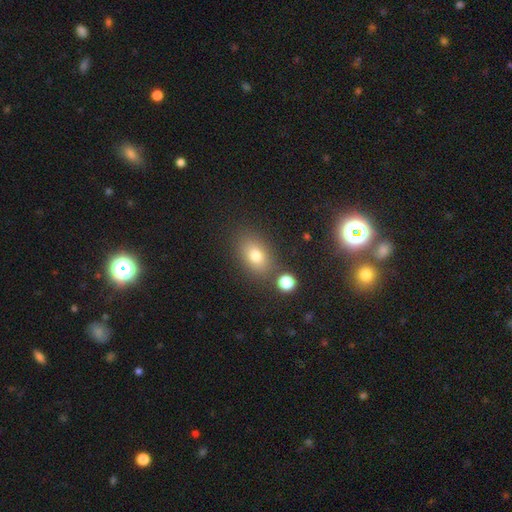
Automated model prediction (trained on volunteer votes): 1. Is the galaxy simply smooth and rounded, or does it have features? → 75% smooth, 14% star or artifact, 12% featured or disk.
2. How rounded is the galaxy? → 78% in between, 20% round, 2% cigar-shaped.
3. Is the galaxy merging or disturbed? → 77% none, 11% minor disturbance, 8% merger, 4% major disturbance.